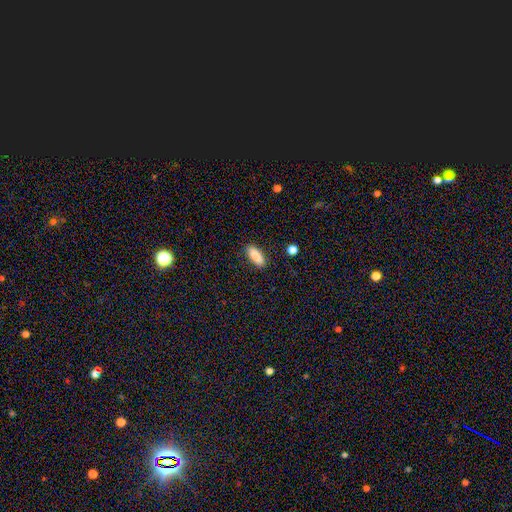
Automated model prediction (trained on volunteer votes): This appears to be a smooth galaxy with no disk features (89%) that is in between round and cigar-shaped (75%). Merging: none (86%).